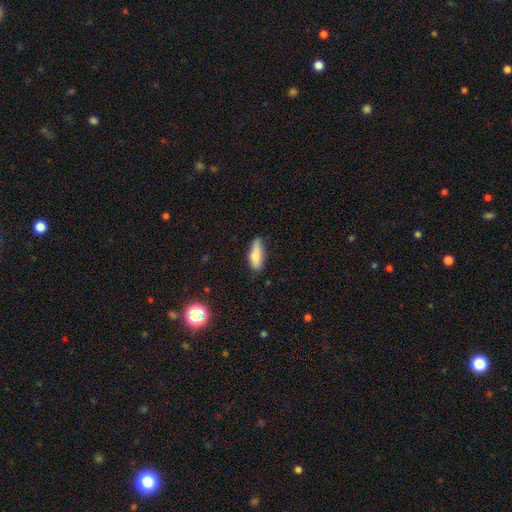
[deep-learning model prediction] Morphology: type=smooth (80%); roundness=in between (61%); merging=none (69%).